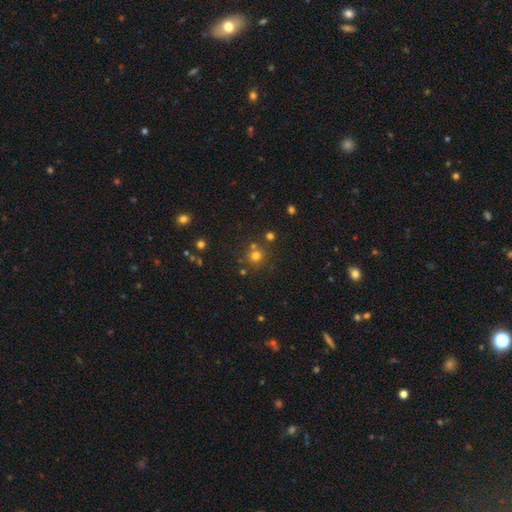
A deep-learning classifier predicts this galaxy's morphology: smooth_or_featured: smooth (p=0.71) [alt: star or artifact p=0.21]
how_rounded: round (p=0.91) [alt: in between p=0.08]
merging: none (p=0.73) [alt: merger p=0.15]